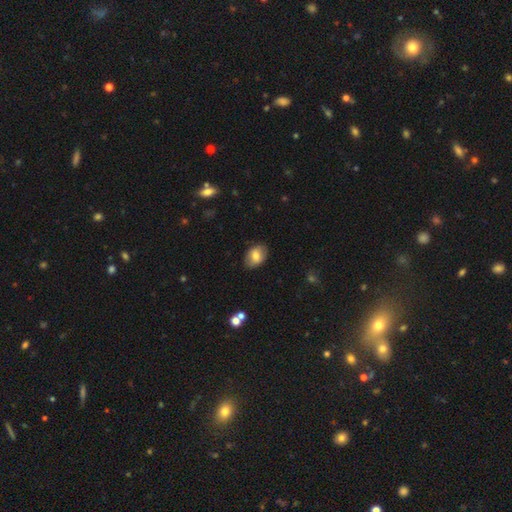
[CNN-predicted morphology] smooth_or_featured: smooth (p=0.74) [alt: featured or disk p=0.18]
how_rounded: in between (p=0.80) [alt: round p=0.19]
merging: none (p=0.84) [alt: minor disturbance p=0.12]